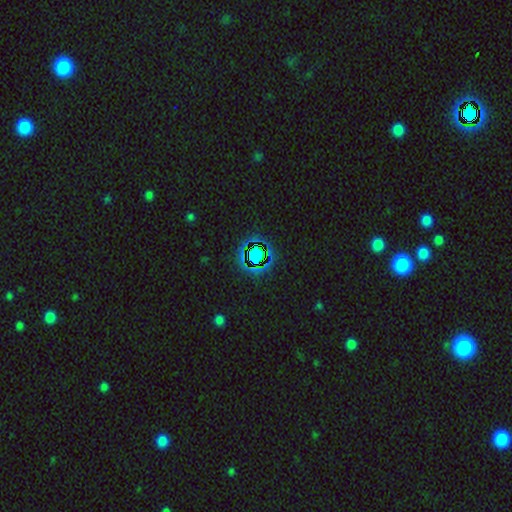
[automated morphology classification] A star or artifact, not a galaxy (74%).

Vote fractions:
- Smooth or featured? star or artifact: 74% / smooth: 16% / featured or disk: 10%